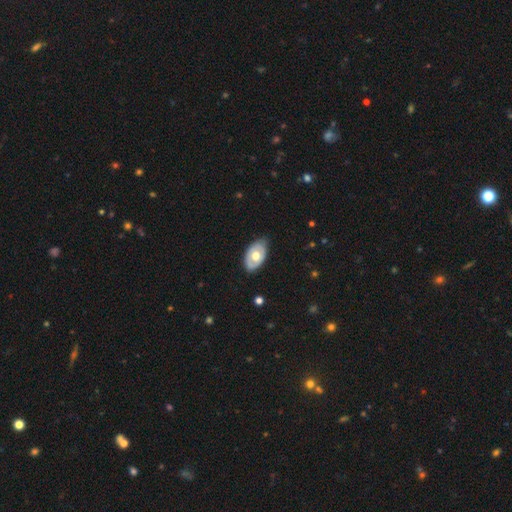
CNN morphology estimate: smooth-or-featured: smooth: 48% | featured or disk: 47% | star or artifact: 5%
  merging: none: 75% | minor disturbance: 20% | major disturbance: 4% | merger: 1%